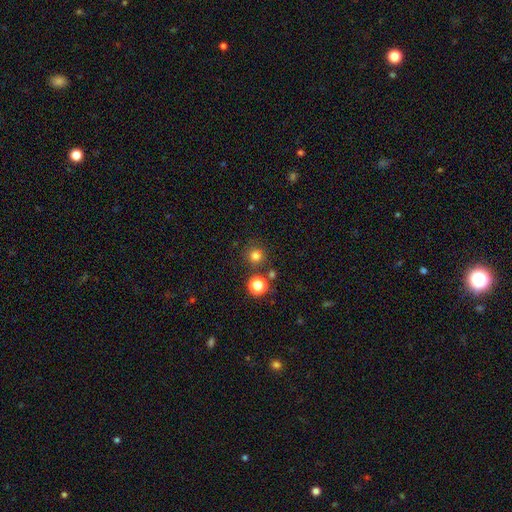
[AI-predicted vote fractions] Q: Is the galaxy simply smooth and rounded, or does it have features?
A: smooth — 78%.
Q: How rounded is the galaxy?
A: round — 93%.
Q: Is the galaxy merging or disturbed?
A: none — 82%.